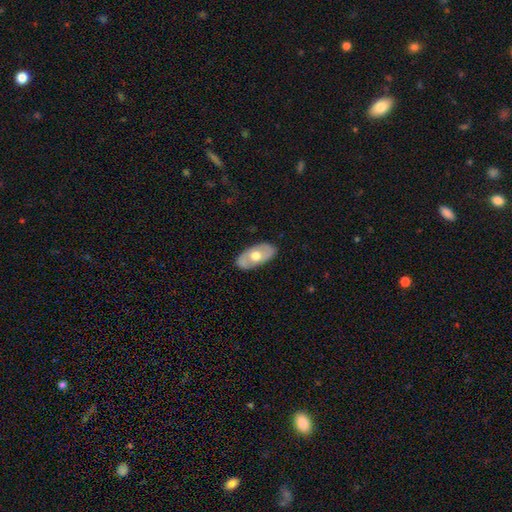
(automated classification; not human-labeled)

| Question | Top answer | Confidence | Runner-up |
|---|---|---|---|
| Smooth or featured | featured or disk | 51% | smooth (44%) |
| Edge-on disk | no | 84% | yes (16%) |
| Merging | none | 84% | minor disturbance (13%) |